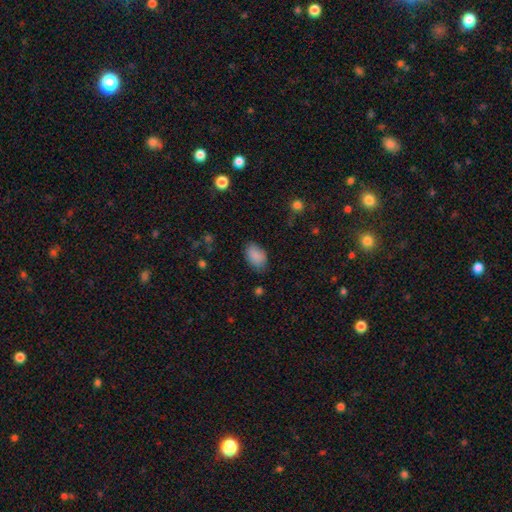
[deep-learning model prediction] smooth-or-featured: smooth: 88% | star or artifact: 8% | featured or disk: 5%
  how-rounded: in between: 89% | round: 10% | cigar-shaped: 1%
  merging: none: 76% | minor disturbance: 19% | major disturbance: 4% | merger: 1%